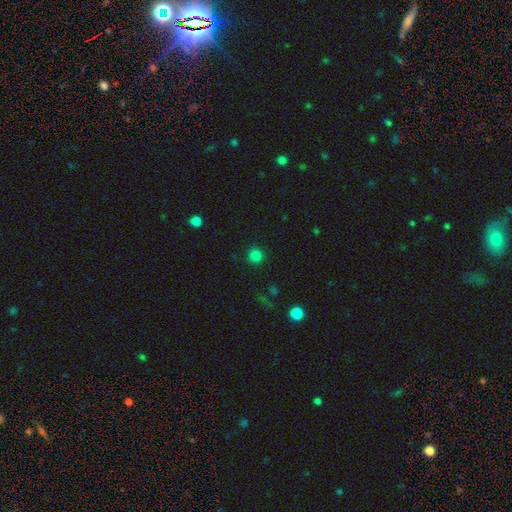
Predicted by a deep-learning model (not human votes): smooth-or-featured: smooth: 82% | star or artifact: 14% | featured or disk: 4%
  how-rounded: round: 94% | in between: 5% | cigar-shaped: 1%
  merging: none: 91% | minor disturbance: 6% | major disturbance: 2% | merger: 1%